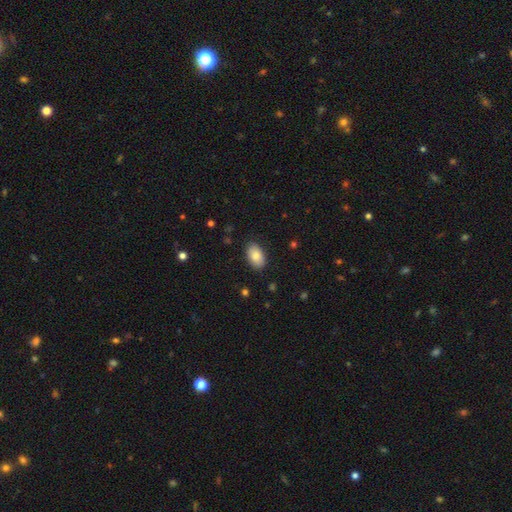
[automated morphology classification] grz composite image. It shows a smooth galaxy with no disk features (82%) that is in between round and cigar-shaped (92%). Merging: none (87%).